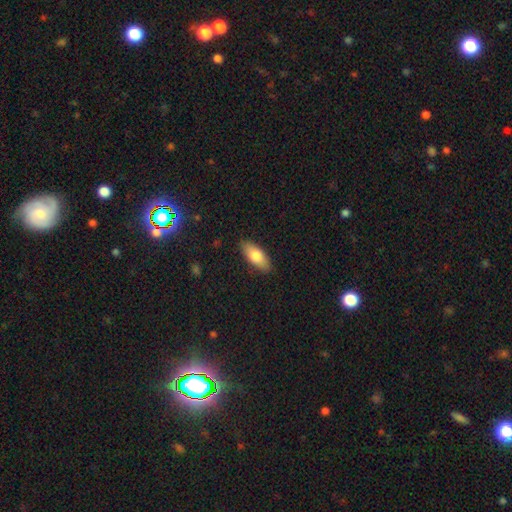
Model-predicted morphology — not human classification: A smooth galaxy with no disk features (77%) that is in between round and cigar-shaped (82%).

Vote fractions:
- Smooth or featured? smooth: 77% / featured or disk: 17% / star or artifact: 6%
- How rounded? in between: 82% / cigar-shaped: 16% / round: 2%
- Merging? none: 87% / minor disturbance: 10% / major disturbance: 2% / merger: 1%